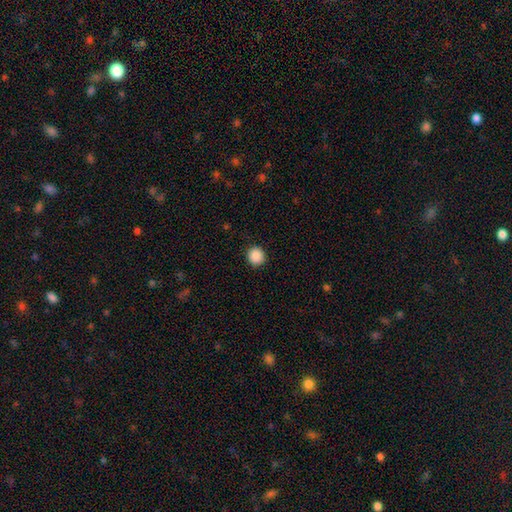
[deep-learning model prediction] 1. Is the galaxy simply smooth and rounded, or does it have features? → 89% smooth, 9% star or artifact, 2% featured or disk.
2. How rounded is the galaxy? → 92% round, 7% in between, 1% cigar-shaped.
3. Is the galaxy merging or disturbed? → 91% none, 6% minor disturbance, 2% major disturbance, 1% merger.